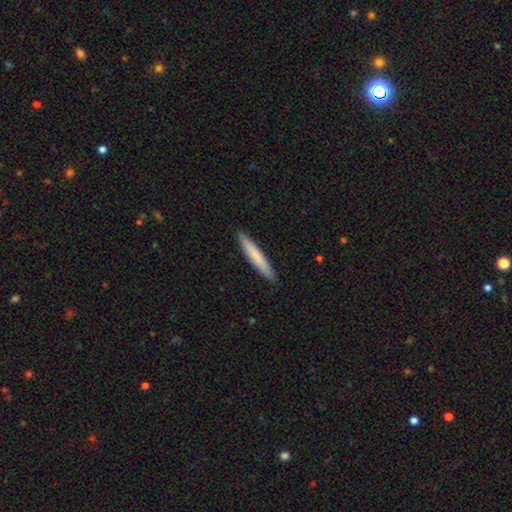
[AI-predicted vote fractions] This appears to be a smooth galaxy with no disk features (77%) that is cigar-shaped (95%). Merging: none (91%).